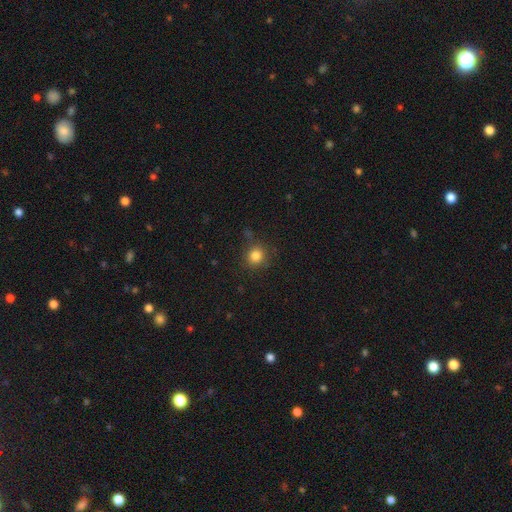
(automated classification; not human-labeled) This appears to be a smooth galaxy with no disk features (84%) that is round (89%). Merging: none (83%).